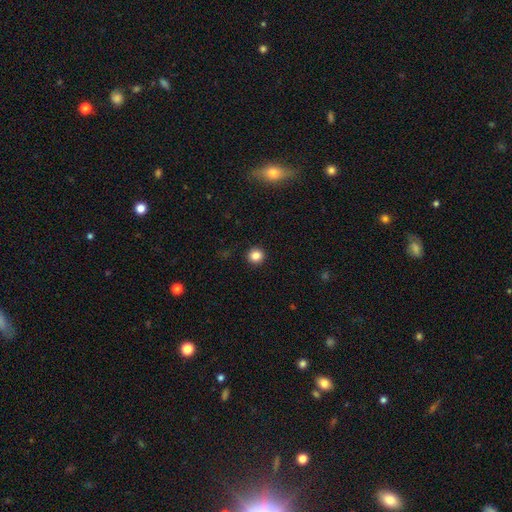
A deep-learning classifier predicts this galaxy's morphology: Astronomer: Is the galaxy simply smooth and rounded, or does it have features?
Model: smooth — 84%.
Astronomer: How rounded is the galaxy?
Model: round — 95%.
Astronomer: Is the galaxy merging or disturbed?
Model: none — 93%.